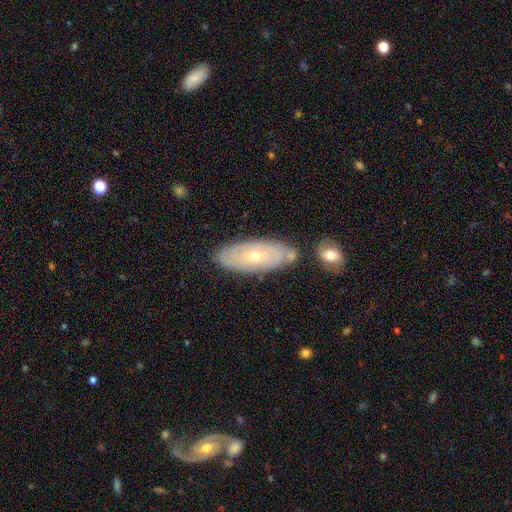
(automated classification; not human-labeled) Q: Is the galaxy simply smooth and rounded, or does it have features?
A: featured or disk — 60%.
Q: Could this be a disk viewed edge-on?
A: no — 85%.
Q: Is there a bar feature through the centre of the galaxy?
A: no — 85%.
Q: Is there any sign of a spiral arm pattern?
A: yes — 67%.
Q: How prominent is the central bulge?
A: small — 62%.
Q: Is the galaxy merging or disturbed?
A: none — 74%.